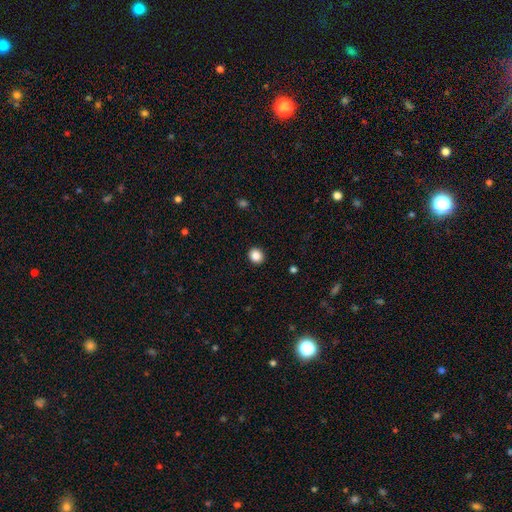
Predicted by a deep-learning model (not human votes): Smooth or featured?
  - smooth: 87% *
  - star or artifact: 10%
  - featured or disk: 3%
How rounded?
  - round: 77% *
  - in between: 22%
  - cigar-shaped: 1%
Merging?
  - none: 92% *
  - minor disturbance: 5%
  - major disturbance: 2%
  - merger: 1%